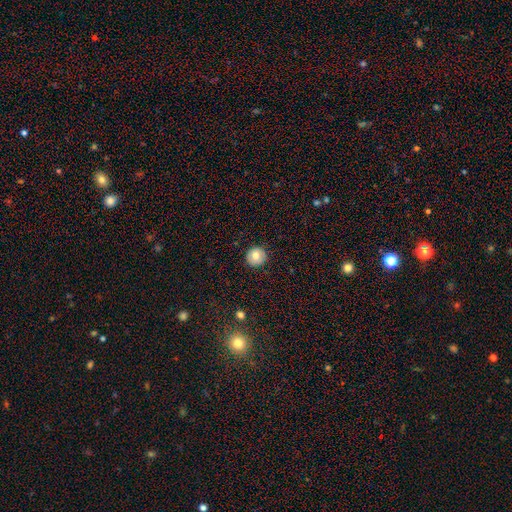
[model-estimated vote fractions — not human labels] This is likely a smooth galaxy (74%). How rounded: clearly round (95%). Merging: clearly none (91%).